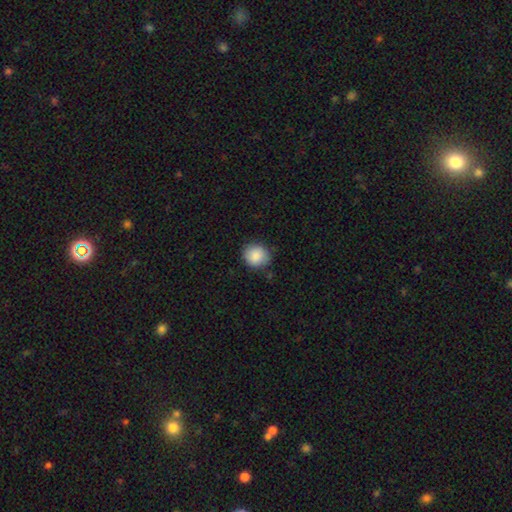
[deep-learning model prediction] Morphology: type=smooth (87%); roundness=round (81%); merging=none (82%).